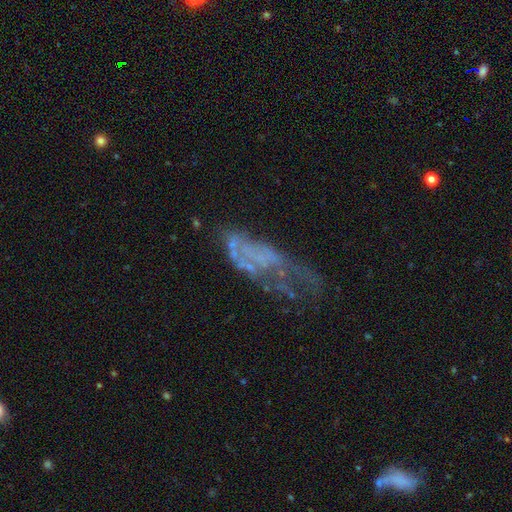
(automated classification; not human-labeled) Smooth or featured: featured or disk — 58% (smooth — 24%)
Edge-on disk: no — 90% (yes — 10%)
Bar: no — 89% (weak — 8%)
Spiral arms: no — 84% (yes — 16%)
Bulge size: none — 84% (small — 9%)
Merging: major disturbance — 43% (none — 29%)